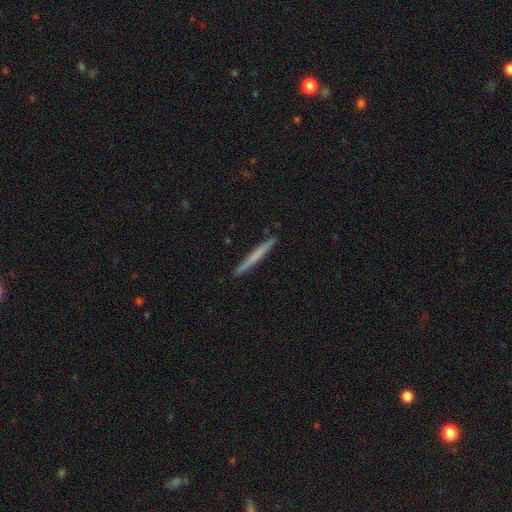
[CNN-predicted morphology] Smooth or featured: smooth — 56% (featured or disk — 38%)
How rounded: cigar-shaped — 97% (in between — 2%)
Merging: none — 92% (minor disturbance — 6%)